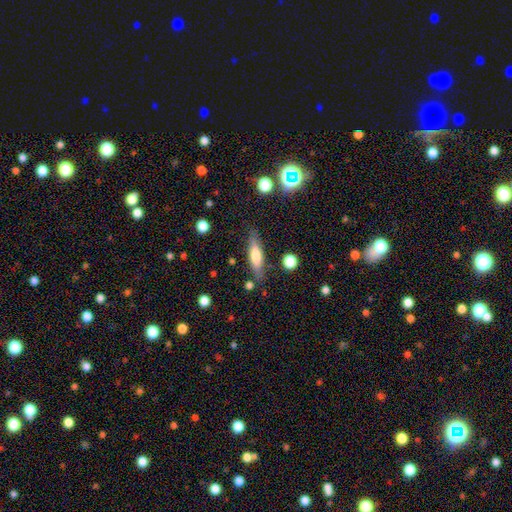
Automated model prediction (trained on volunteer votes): A smooth galaxy with no disk features (61%) that is cigar-shaped (68%). Merging: none (80%).